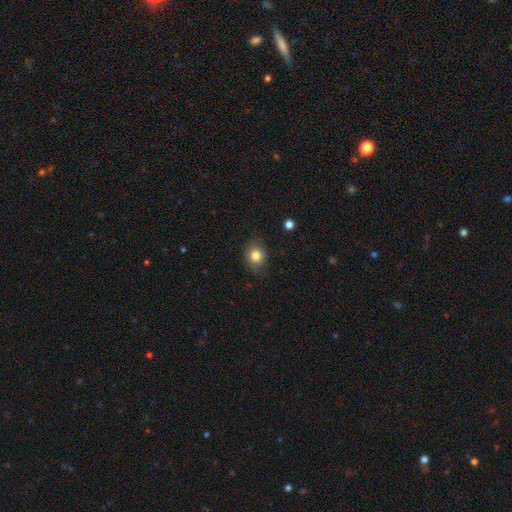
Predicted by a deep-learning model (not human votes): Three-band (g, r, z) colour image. It shows a smooth galaxy with no disk features (82%) that is round (64%). Merging: none (78%).